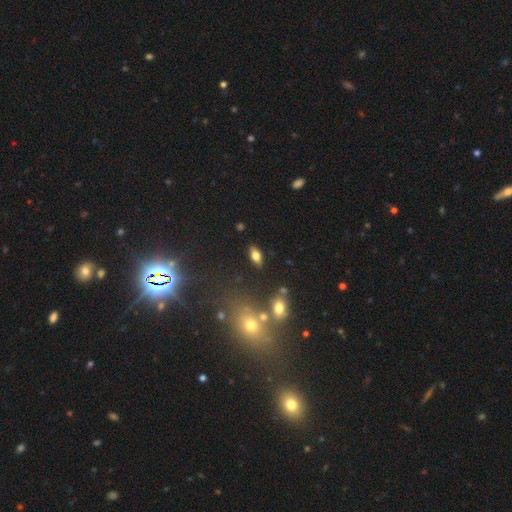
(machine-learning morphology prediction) type=smooth (72%); roundness=in between (87%); merging=none (85%).